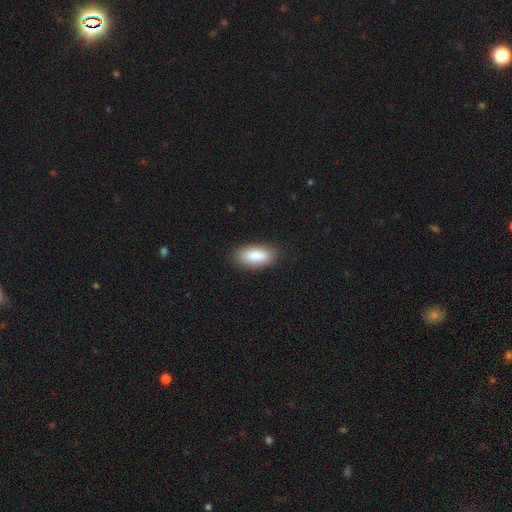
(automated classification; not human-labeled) Morphology: type=smooth (87%); roundness=in between (88%); merging=none (85%).